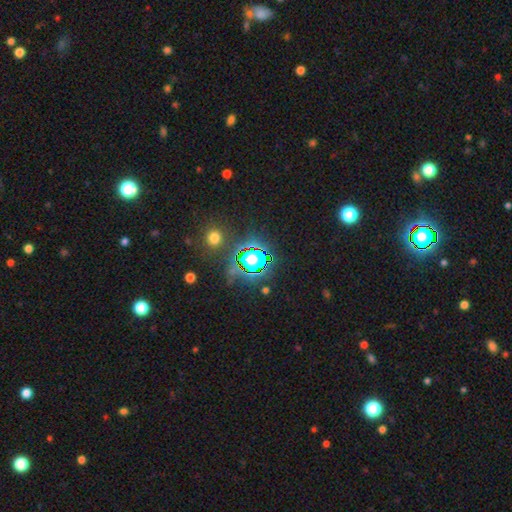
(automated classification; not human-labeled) Q: Smooth or featured?
A: star or artifact (72%); runner-up: smooth (19%)